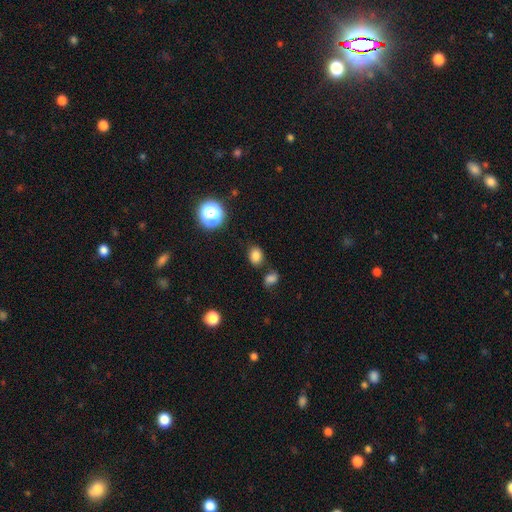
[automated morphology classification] smooth-or-featured: smooth: 80% | star or artifact: 14% | featured or disk: 6%
  how-rounded: in between: 62% | round: 37% | cigar-shaped: 1%
  merging: none: 75% | minor disturbance: 13% | merger: 8% | major disturbance: 4%